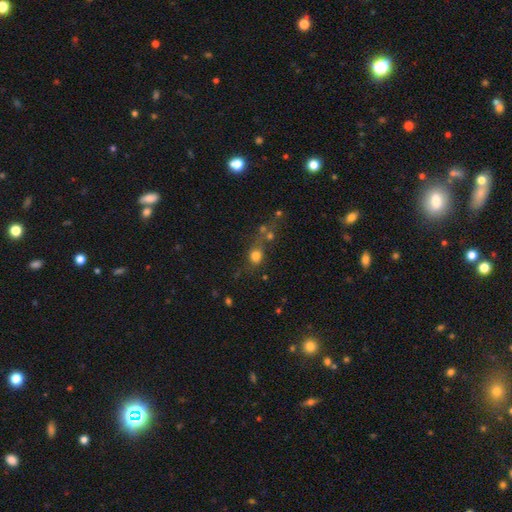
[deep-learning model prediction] Smooth or featured? smooth (72%)
How rounded? round (69%)
Merging? none (49%)